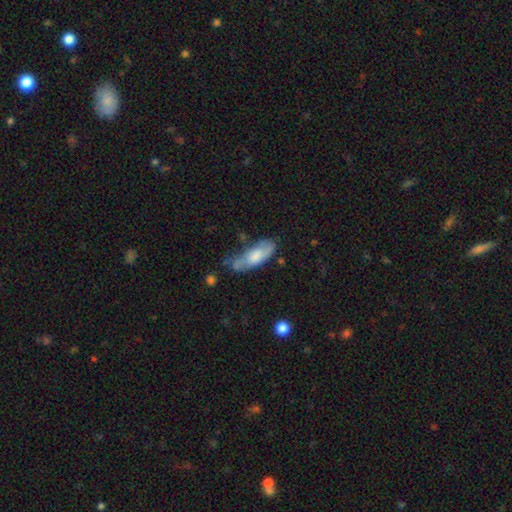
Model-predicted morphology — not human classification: smooth-or-featured: smooth: 55% | featured or disk: 38% | star or artifact: 6%
  how-rounded: in between: 67% | cigar-shaped: 31% | round: 2%
  merging: none: 53% | minor disturbance: 31% | major disturbance: 10% | merger: 6%